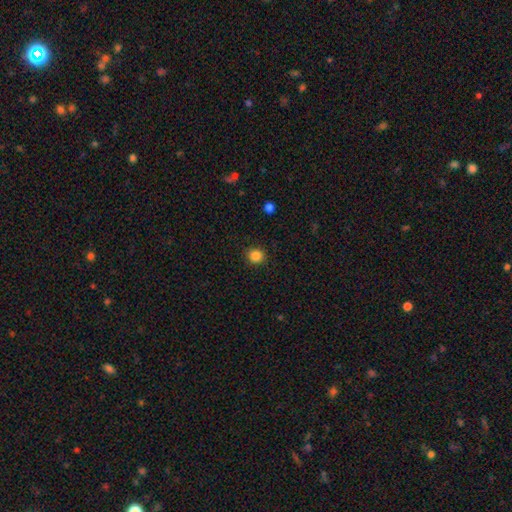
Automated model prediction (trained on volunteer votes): Smooth or featured?
  - smooth: 85% *
  - star or artifact: 11%
  - featured or disk: 4%
How rounded?
  - round: 89% *
  - in between: 10%
  - cigar-shaped: 1%
Merging?
  - none: 91% *
  - minor disturbance: 6%
  - major disturbance: 2%
  - merger: 1%